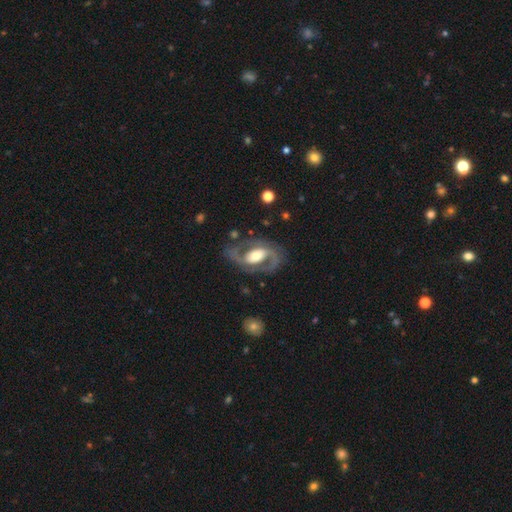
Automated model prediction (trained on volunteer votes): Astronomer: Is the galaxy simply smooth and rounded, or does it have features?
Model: featured or disk — 88%.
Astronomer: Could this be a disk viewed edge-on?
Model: no — 97%.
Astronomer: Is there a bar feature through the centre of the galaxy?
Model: weak — 38% (runner-up: strong, 34%).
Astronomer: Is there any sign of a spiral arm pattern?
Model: yes — 94%.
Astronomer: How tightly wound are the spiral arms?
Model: medium — 58%.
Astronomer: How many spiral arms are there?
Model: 2 — 92%.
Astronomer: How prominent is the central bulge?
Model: moderate — 58%.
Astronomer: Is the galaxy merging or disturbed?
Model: none — 75%.